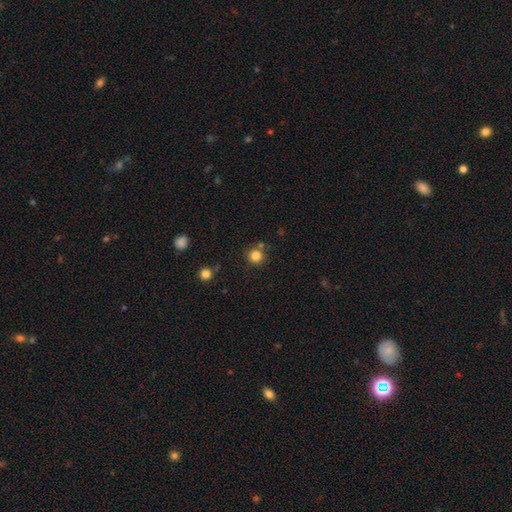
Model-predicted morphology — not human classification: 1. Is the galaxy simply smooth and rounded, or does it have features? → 83% smooth, 12% star or artifact, 5% featured or disk.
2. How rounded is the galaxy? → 93% round, 6% in between, 1% cigar-shaped.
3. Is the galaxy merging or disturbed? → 78% none, 9% merger, 9% minor disturbance, 3% major disturbance.